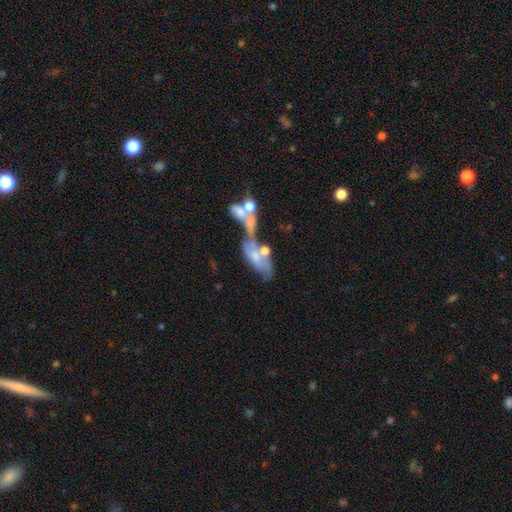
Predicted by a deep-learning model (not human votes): This is possibly a featured or disk galaxy (47%). Merging: possibly merger (53%).